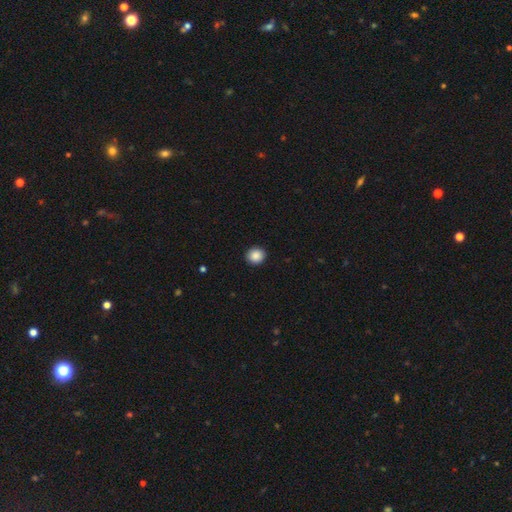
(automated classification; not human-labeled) Smooth or featured? smooth (88%)
How rounded? round (87%)
Merging? none (92%)